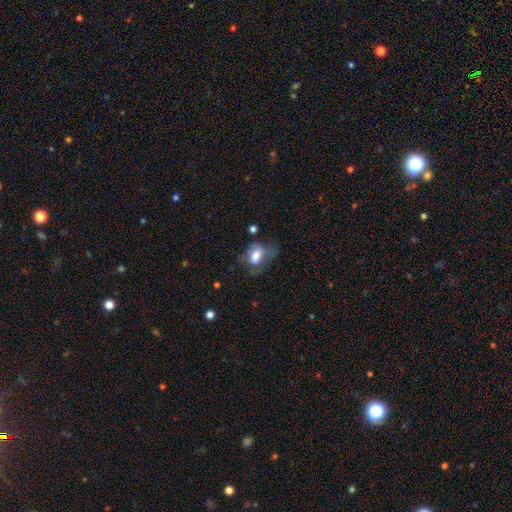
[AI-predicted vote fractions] A smooth galaxy with no disk features (64%) that is in between round and cigar-shaped (84%).

Vote fractions:
- Smooth or featured? smooth: 64% / featured or disk: 26% / star or artifact: 9%
- How rounded? in between: 84% / round: 13% / cigar-shaped: 3%
- Merging? major disturbance: 35% / none: 34% / minor disturbance: 28% / merger: 3%